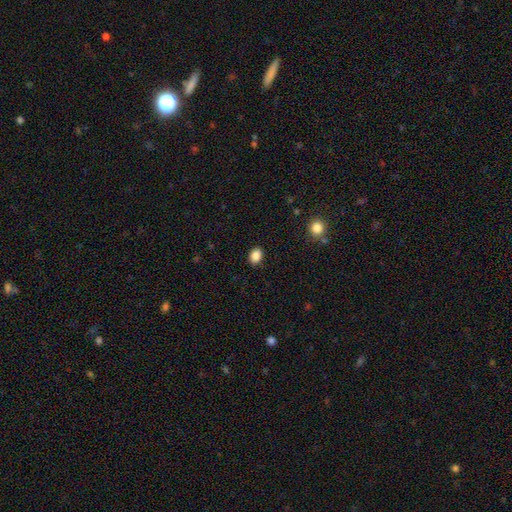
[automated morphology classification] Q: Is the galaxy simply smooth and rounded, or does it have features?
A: smooth — 87%.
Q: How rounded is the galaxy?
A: in between — 70%.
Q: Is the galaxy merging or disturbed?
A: none — 89%.